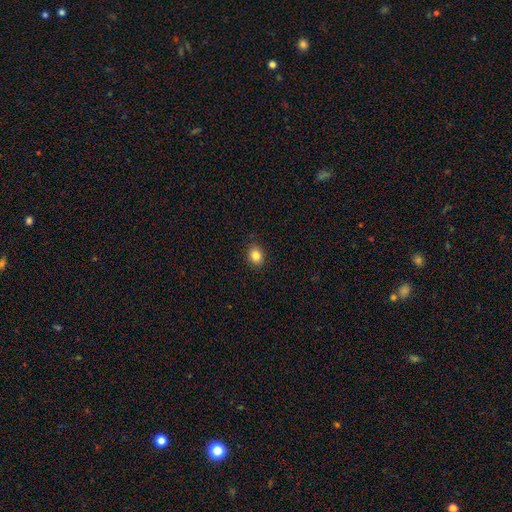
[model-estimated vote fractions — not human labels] Smooth or featured?
  - smooth: 84% *
  - star or artifact: 10%
  - featured or disk: 7%
How rounded?
  - in between: 51% *
  - round: 48%
  - cigar-shaped: 1%
Merging?
  - none: 89% *
  - minor disturbance: 8%
  - major disturbance: 2%
  - merger: 1%